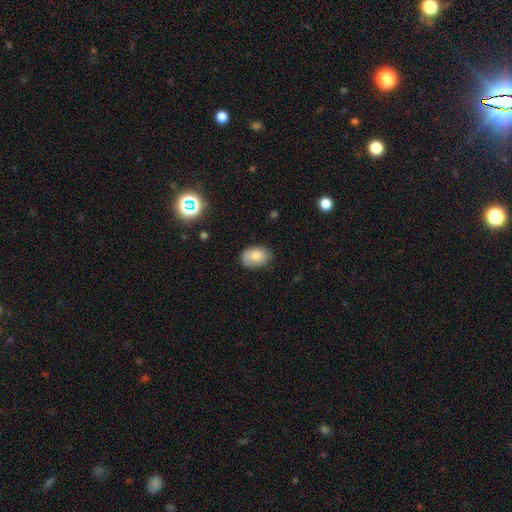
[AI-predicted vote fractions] This appears to be a smooth galaxy with no disk features (76%) that is in between round and cigar-shaped (82%). Merging: none (75%).